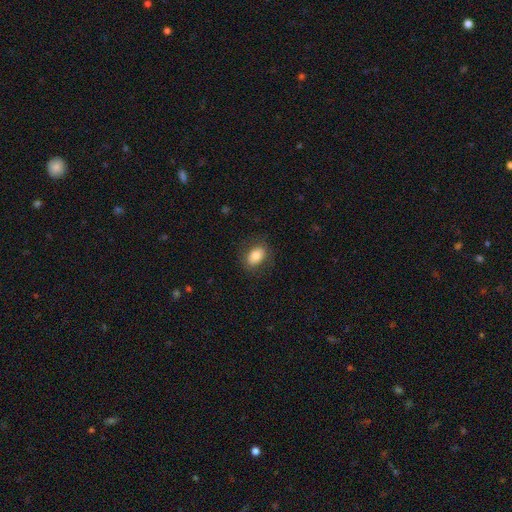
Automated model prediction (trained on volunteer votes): A smooth galaxy with no disk features (80%) that is in between round and cigar-shaped (81%).

Vote fractions:
- Smooth or featured? smooth: 80% / featured or disk: 12% / star or artifact: 8%
- How rounded? in between: 81% / round: 18% / cigar-shaped: 1%
- Merging? none: 82% / minor disturbance: 12% / major disturbance: 5% / merger: 1%